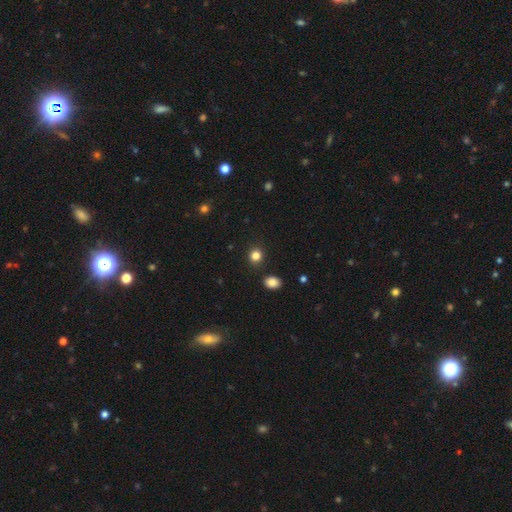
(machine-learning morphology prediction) A smooth galaxy with no disk features (84%) that is round (81%).

Vote fractions:
- Smooth or featured? smooth: 84% / star or artifact: 12% / featured or disk: 4%
- How rounded? round: 81% / in between: 18% / cigar-shaped: 1%
- Merging? none: 87% / minor disturbance: 7% / merger: 4% / major disturbance: 2%